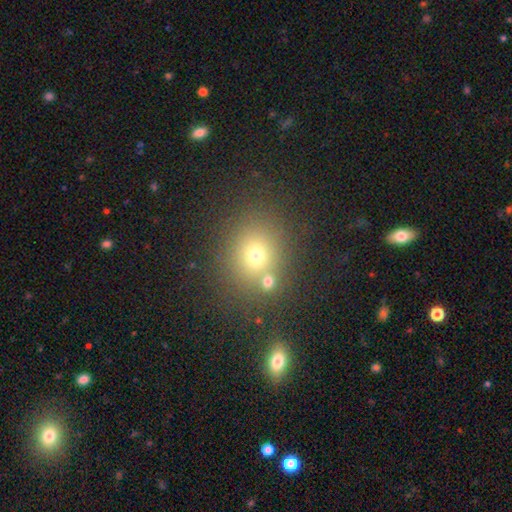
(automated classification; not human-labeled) smooth 68%, star or artifact 20%, featured or disk 12%. Down the decision tree: how rounded — round (75%); merging — none (72%).